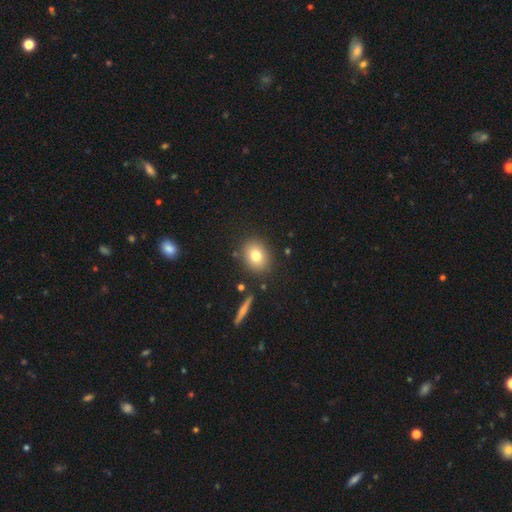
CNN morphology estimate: Overall: smooth (78%). How rounded: round (54%; in between 44%). Merging: none (84%).